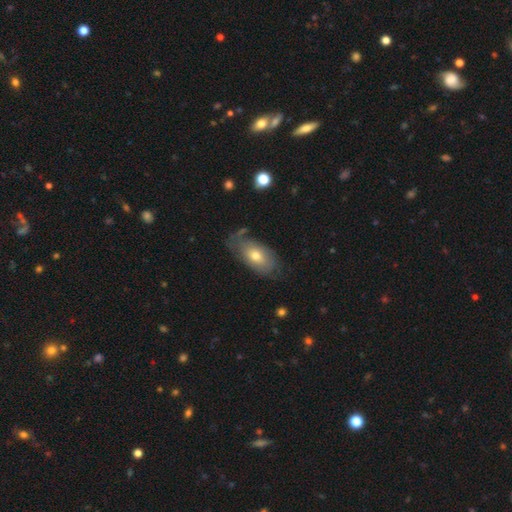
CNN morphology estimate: This is likely a smooth galaxy (60%). How rounded: clearly in between (91%). Merging: possibly none (56%).